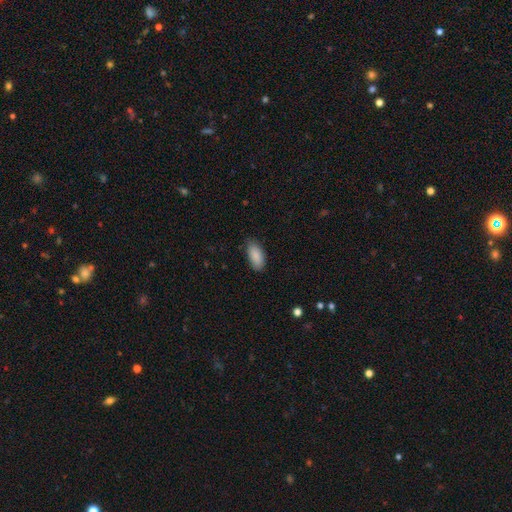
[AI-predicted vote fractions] This appears to be a smooth galaxy with no disk features (89%) that is in between round and cigar-shaped (91%). Merging: none (77%).